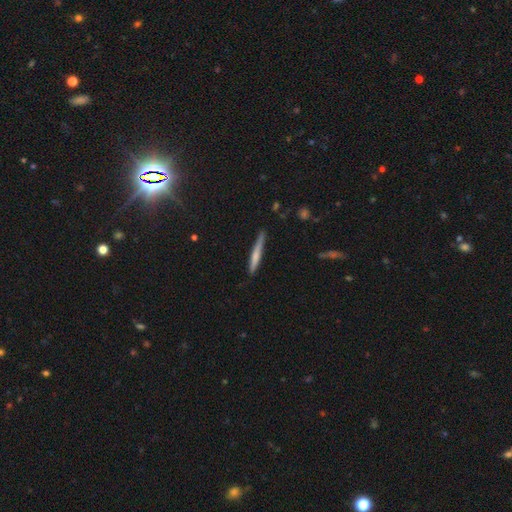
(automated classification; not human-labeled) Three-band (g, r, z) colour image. It shows a smooth galaxy with no disk features (63%) that is cigar-shaped (95%). Merging: none (81%).